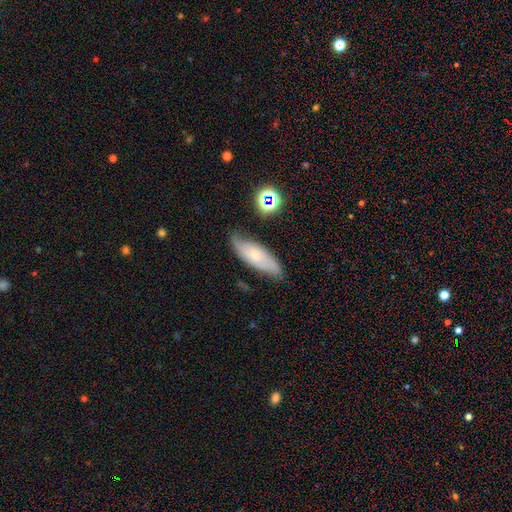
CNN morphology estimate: Smooth or featured? Predicted: smooth (p=0.47). Merging? Predicted: none (p=0.68).